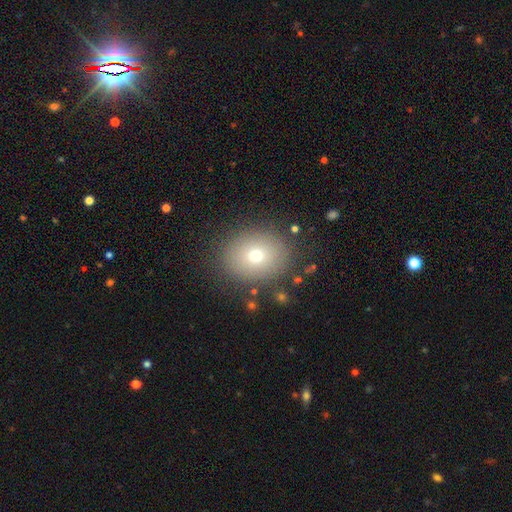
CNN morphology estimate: Smooth or featured? Predicted: smooth (p=0.70). How rounded? Predicted: round (p=0.67). Merging? Predicted: none (p=0.84).